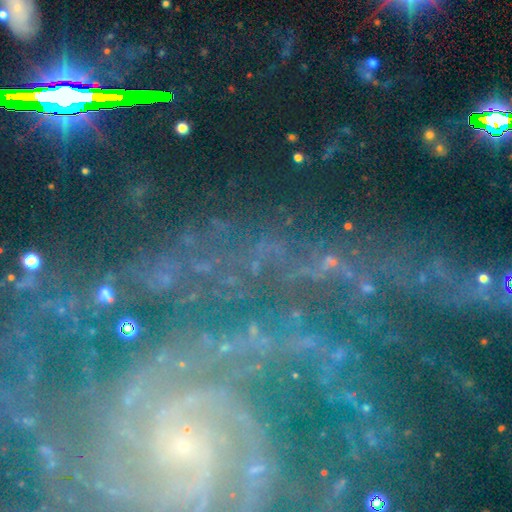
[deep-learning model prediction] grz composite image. It shows a star or artifact, not a galaxy (56%).